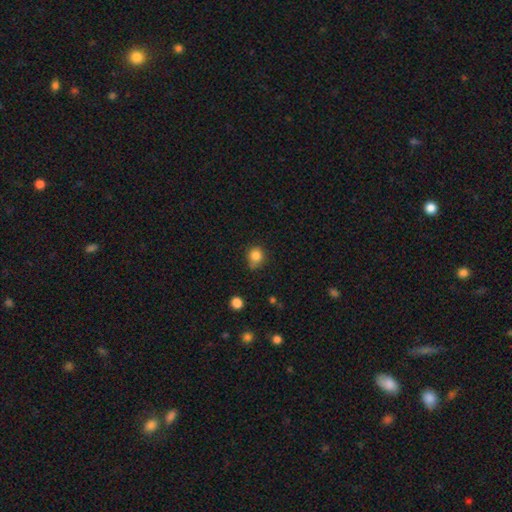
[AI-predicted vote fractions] Smooth or featured? smooth (83%)
How rounded? round (81%)
Merging? none (63%)